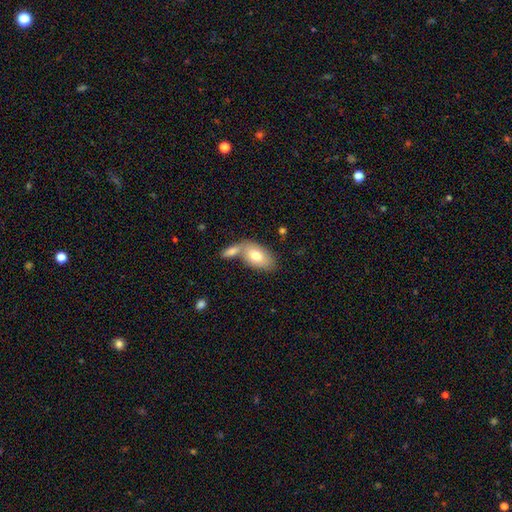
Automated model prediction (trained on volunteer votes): A smooth galaxy with no disk features (74%) that is in between round and cigar-shaped (92%).

Vote fractions:
- Smooth or featured? smooth: 74% / featured or disk: 20% / star or artifact: 6%
- How rounded? in between: 92% / round: 5% / cigar-shaped: 3%
- Merging? none: 45% / merger: 40% / minor disturbance: 11% / major disturbance: 4%